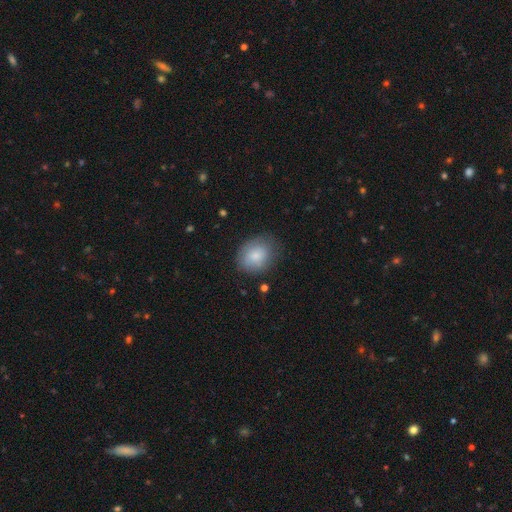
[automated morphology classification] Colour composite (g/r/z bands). It shows a smooth galaxy with no disk features (80%) that is round (50%). Merging: none (71%).